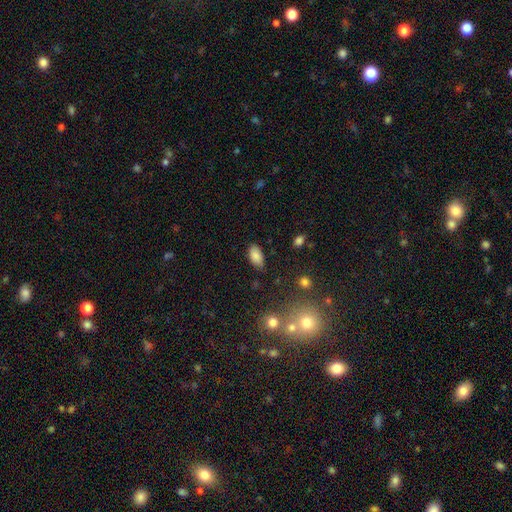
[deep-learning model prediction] smooth_or_featured: smooth (p=0.85) [alt: star or artifact p=0.09]
how_rounded: in between (p=0.93) [alt: round p=0.04]
merging: none (p=0.81) [alt: minor disturbance p=0.14]